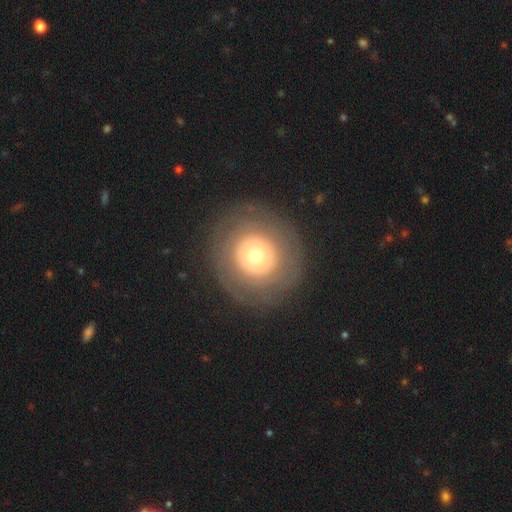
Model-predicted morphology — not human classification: A featured or disk galaxy (47%).

Vote fractions:
- Smooth or featured? featured or disk: 47% / smooth: 45% / star or artifact: 8%
- Merging? none: 83% / minor disturbance: 9% / major disturbance: 6% / merger: 1%